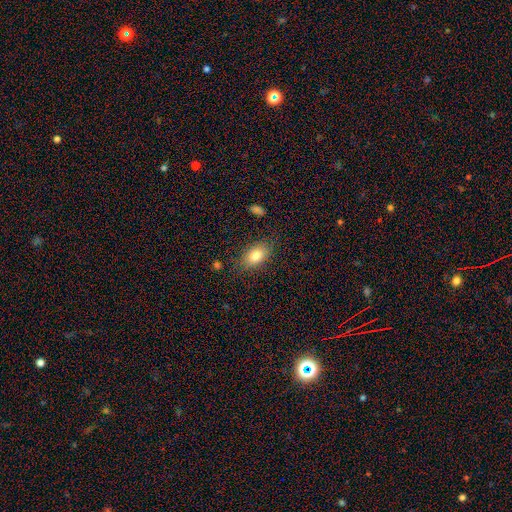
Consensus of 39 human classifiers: A smooth galaxy with no disk features (82%) that is in between round and cigar-shaped (97%).

Vote fractions:
- Smooth or featured? smooth: 82% / featured or disk: 13% / star or artifact: 5%
- How rounded? in between: 97% / round: 3% / cigar-shaped: 0%
- Merging? none: 73% / minor disturbance: 22% / major disturbance: 5% / merger: 0%